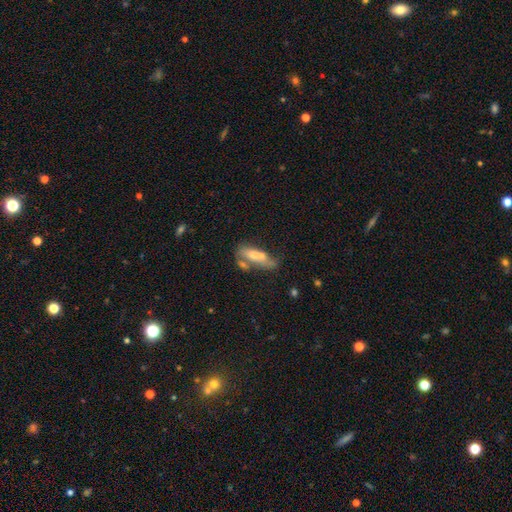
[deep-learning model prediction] This is possibly a smooth galaxy (55%). How rounded: possibly in between (59%). Merging: marginally merger (42%).